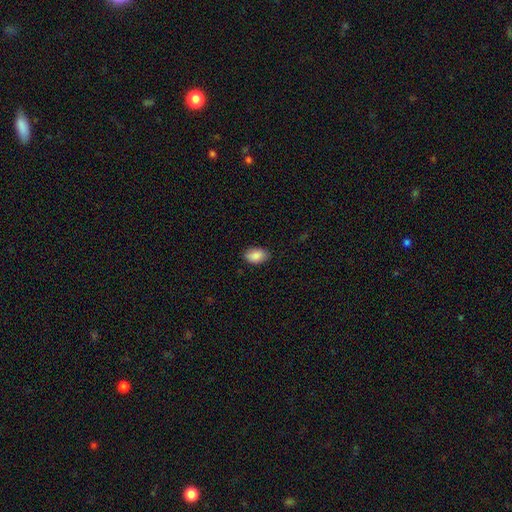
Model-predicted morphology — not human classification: Smooth or featured: smooth — 88% (star or artifact — 7%)
How rounded: in between — 89% (round — 9%)
Merging: none — 87% (minor disturbance — 10%)